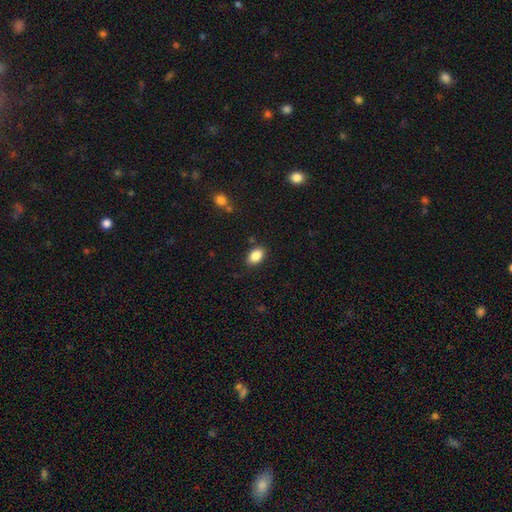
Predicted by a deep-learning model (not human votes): smooth-or-featured: smooth: 87% | star or artifact: 8% | featured or disk: 5%
  how-rounded: in between: 86% | round: 13% | cigar-shaped: 1%
  merging: none: 84% | minor disturbance: 11% | major disturbance: 3% | merger: 2%